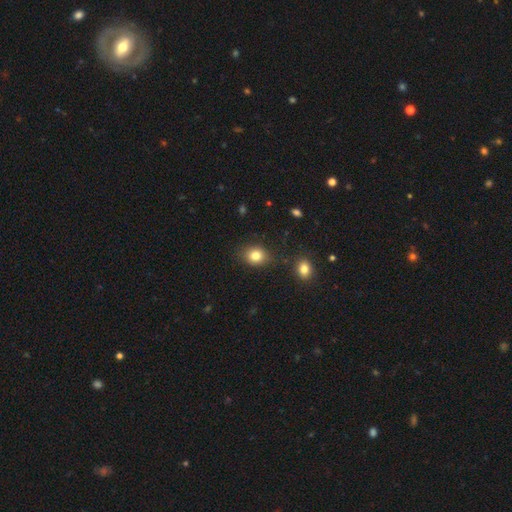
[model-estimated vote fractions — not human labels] Q: Smooth or featured?
A: smooth (82%); runner-up: star or artifact (11%)
Q: How rounded?
A: round (54%); runner-up: in between (45%)
Q: Merging?
A: none (82%); runner-up: minor disturbance (12%)